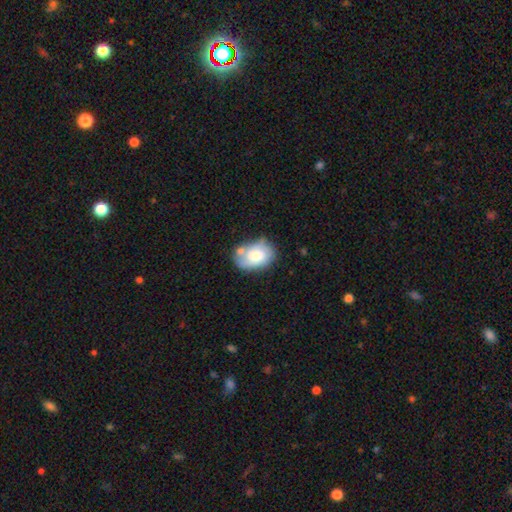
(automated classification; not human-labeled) A smooth galaxy with no disk features (59%) that is in between round and cigar-shaped (81%).

Vote fractions:
- Smooth or featured? smooth: 59% / featured or disk: 34% / star or artifact: 7%
- How rounded? in between: 81% / round: 18% / cigar-shaped: 1%
- Merging? none: 48% / minor disturbance: 25% / merger: 19% / major disturbance: 8%